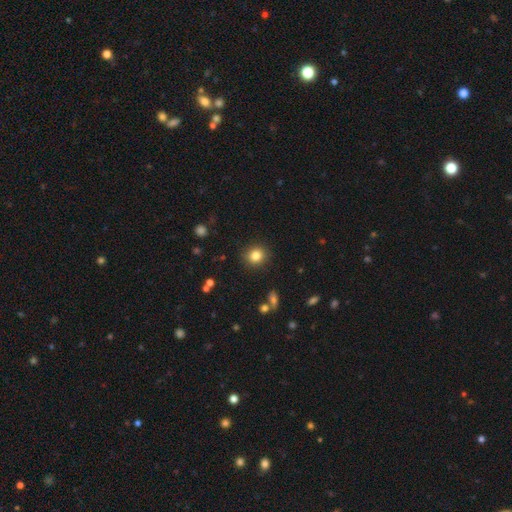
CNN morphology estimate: Smooth or featured? smooth (83%)
How rounded? round (86%)
Merging? none (89%)